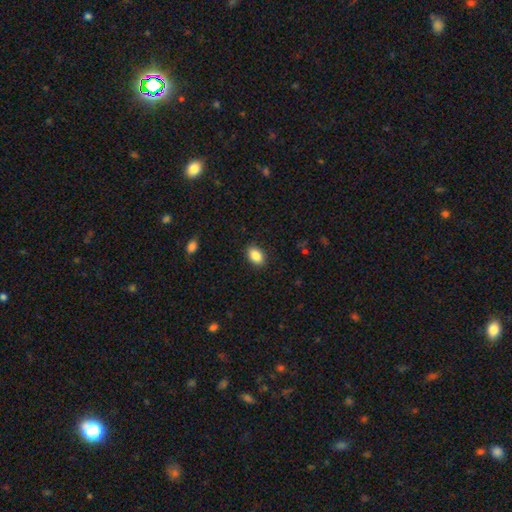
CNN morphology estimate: This appears to be a smooth galaxy with no disk features (87%) that is in between round and cigar-shaped (88%). Merging: none (88%).